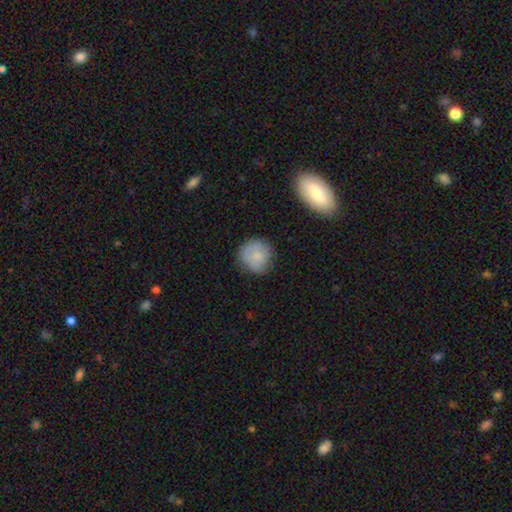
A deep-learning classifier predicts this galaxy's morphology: smooth-or-featured: smooth: 77% | featured or disk: 15% | star or artifact: 8%
  how-rounded: round: 90% | in between: 9% | cigar-shaped: 1%
  merging: none: 73% | minor disturbance: 20% | major disturbance: 5% | merger: 2%